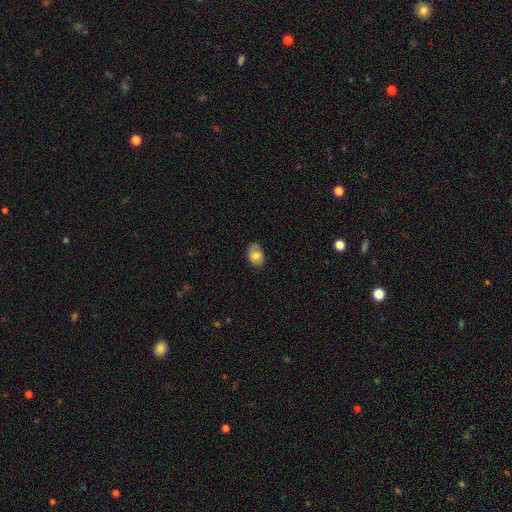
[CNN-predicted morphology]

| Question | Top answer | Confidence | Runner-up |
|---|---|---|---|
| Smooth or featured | smooth | 73% | featured or disk (19%) |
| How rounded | in between | 84% | round (15%) |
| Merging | none | 77% | minor disturbance (18%) |